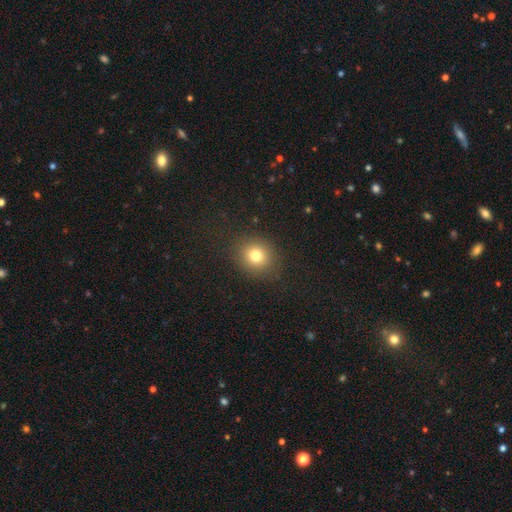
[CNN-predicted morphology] Smooth or featured: smooth — 78% (star or artifact — 14%)
How rounded: round — 81% (in between — 18%)
Merging: none — 87% (minor disturbance — 8%)